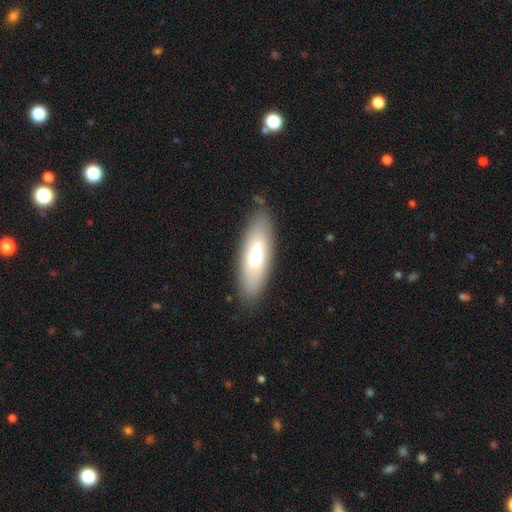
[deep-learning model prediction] smooth 62%, featured or disk 31%, star or artifact 7%. Down the decision tree: how rounded — in between (53%); merging — none (80%).